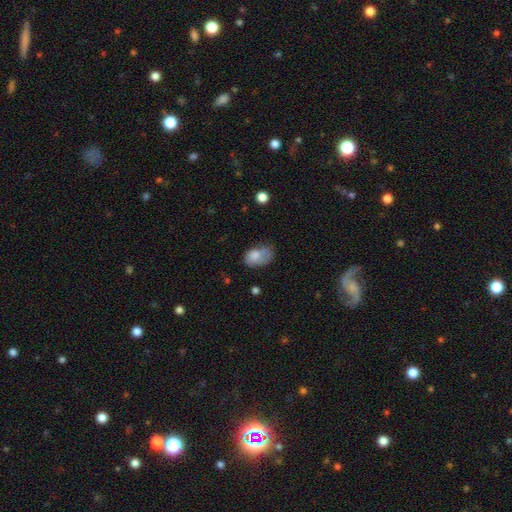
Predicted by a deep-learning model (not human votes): Morphology: type=smooth (73%); roundness=in between (86%); merging=none (34%).